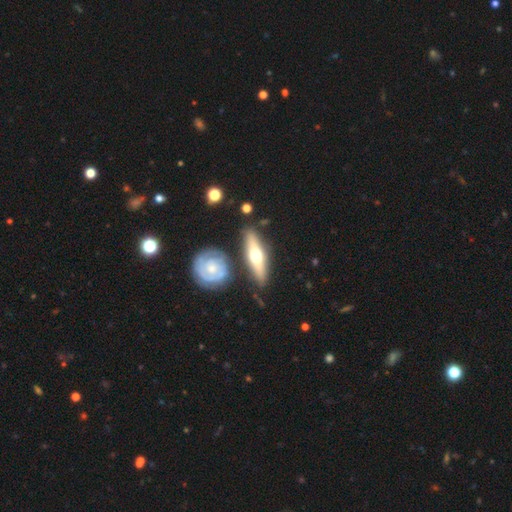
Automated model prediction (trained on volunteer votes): Smooth or featured?
  - featured or disk: 62% *
  - smooth: 33%
  - star or artifact: 5%
Edge-on disk?
  - yes: 79% *
  - no: 21%
Merging?
  - none: 79% *
  - minor disturbance: 12%
  - merger: 6%
  - major disturbance: 3%